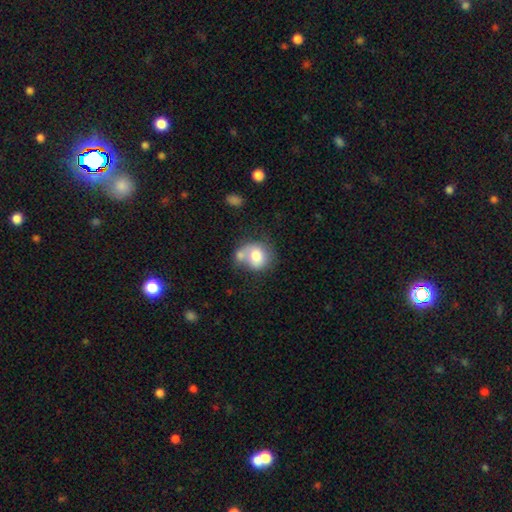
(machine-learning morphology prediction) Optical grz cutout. It shows a smooth galaxy with no disk features (73%) that is round (68%). Merging: merger (44%).